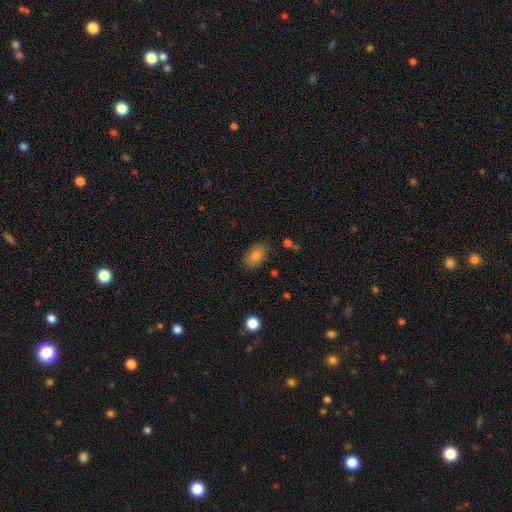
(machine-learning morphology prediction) Smooth or featured? Predicted: smooth (p=0.79). How rounded? Predicted: in between (p=0.90). Merging? Predicted: none (p=0.83).